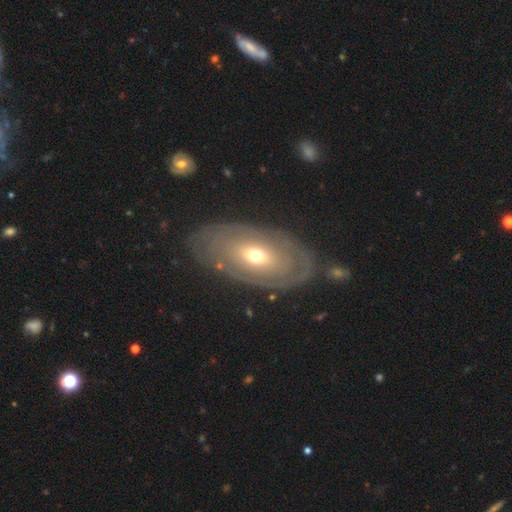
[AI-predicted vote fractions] The model was most divided on "spiral arms": no: 53%, yes: 47%. More confident: edge-on disk — no (90%); merging — none (75%); bar — no (74%); smooth or featured — featured or disk (63%); bulge size — moderate (58%).